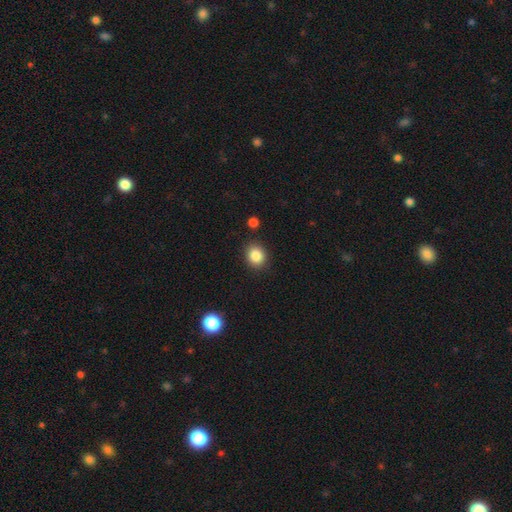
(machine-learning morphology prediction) Overall: smooth (86%). How rounded: round (72%). Merging: none (86%).